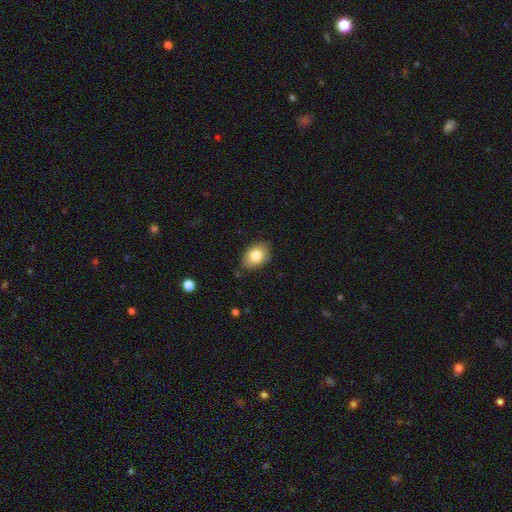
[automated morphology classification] smooth-or-featured: smooth: 80% | featured or disk: 12% | star or artifact: 8%
  how-rounded: in between: 81% | round: 18% | cigar-shaped: 1%
  merging: none: 82% | minor disturbance: 14% | major disturbance: 3% | merger: 1%